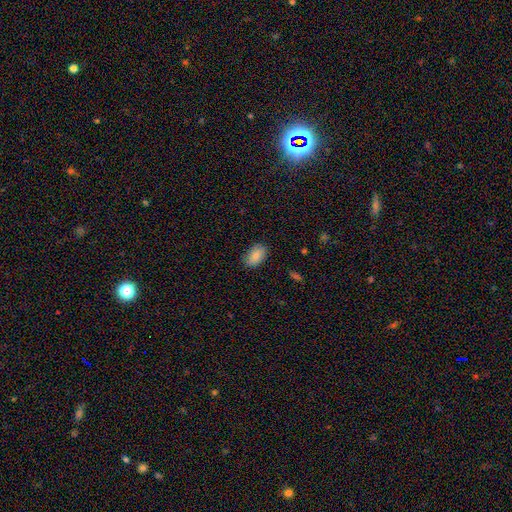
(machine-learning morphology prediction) A smooth galaxy with no disk features (84%) that is in between round and cigar-shaped (91%).

Vote fractions:
- Smooth or featured? smooth: 84% / featured or disk: 9% / star or artifact: 7%
- How rounded? in between: 91% / round: 7% / cigar-shaped: 2%
- Merging? none: 83% / minor disturbance: 13% / major disturbance: 3% / merger: 1%